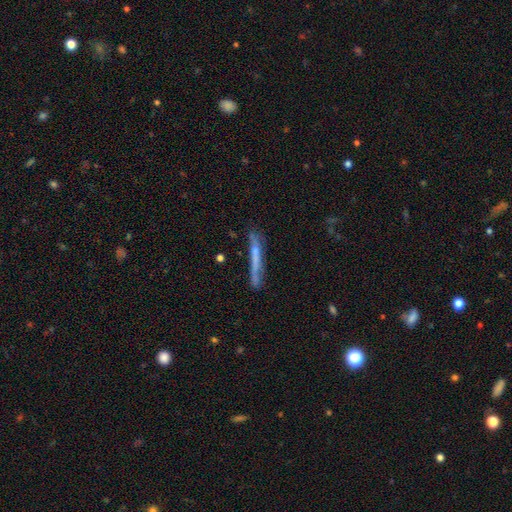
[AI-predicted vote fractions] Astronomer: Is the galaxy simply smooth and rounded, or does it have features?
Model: smooth — 45%, tied with featured or disk at 45%.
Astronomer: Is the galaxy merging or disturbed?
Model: none — 74%.